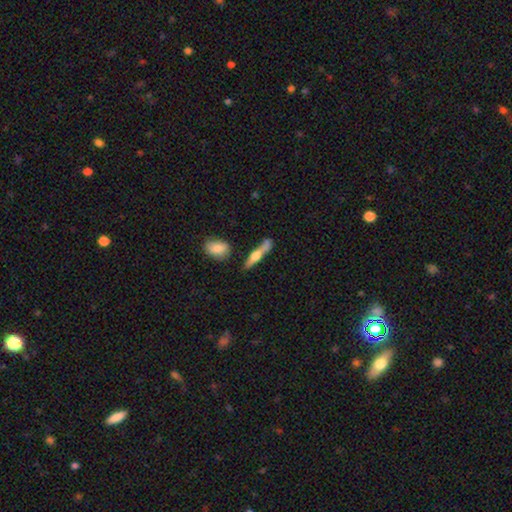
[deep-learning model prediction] smooth_or_featured: featured or disk (p=0.50) [alt: smooth p=0.44]
merging: none (p=0.63) [alt: minor disturbance p=0.17]